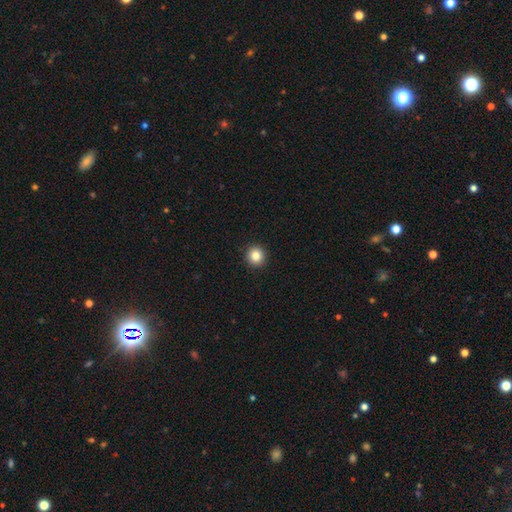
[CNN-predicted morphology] smooth-or-featured: smooth: 83% | star or artifact: 11% | featured or disk: 6%
  how-rounded: round: 94% | in between: 5% | cigar-shaped: 1%
  merging: none: 93% | minor disturbance: 4% | major disturbance: 1% | merger: 1%